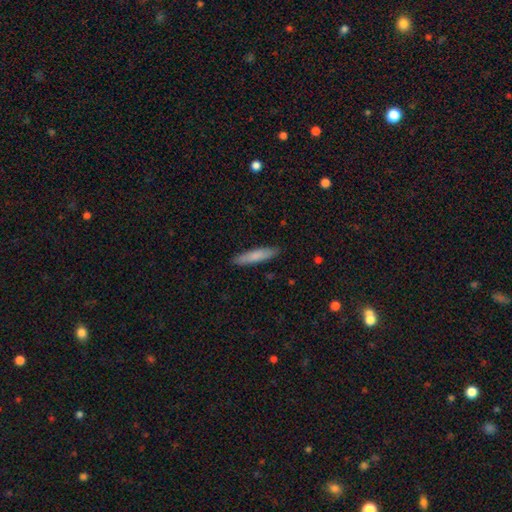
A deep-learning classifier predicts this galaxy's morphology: Overall: smooth (79%). How rounded: cigar-shaped (84%). Merging: none (89%).